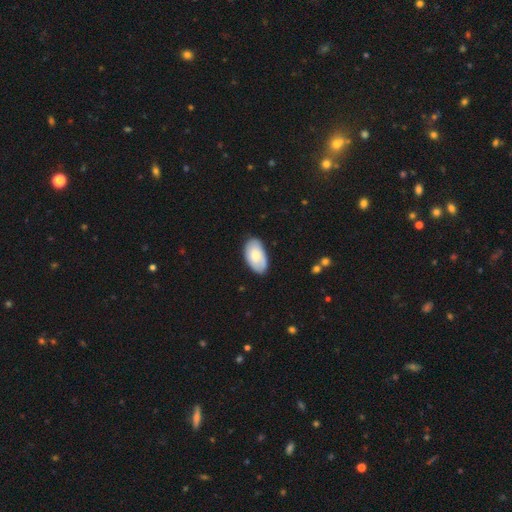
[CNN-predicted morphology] smooth 74%, featured or disk 20%, star or artifact 6%. Down the decision tree: how rounded — in between (95%); merging — none (81%).